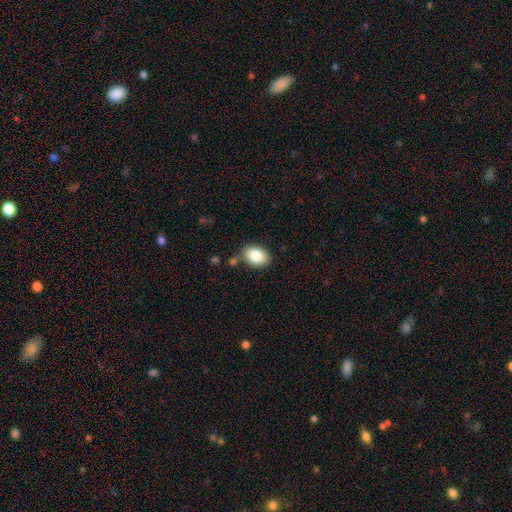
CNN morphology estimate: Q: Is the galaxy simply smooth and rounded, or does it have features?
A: smooth — 85%.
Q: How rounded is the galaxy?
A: in between — 80%.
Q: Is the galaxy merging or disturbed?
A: none — 76%.